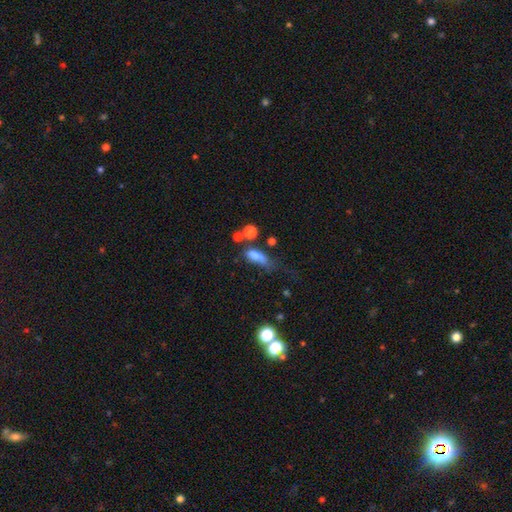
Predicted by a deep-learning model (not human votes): Morphology: type=smooth (71%); roundness=in between (69%); merging=major disturbance (32%).